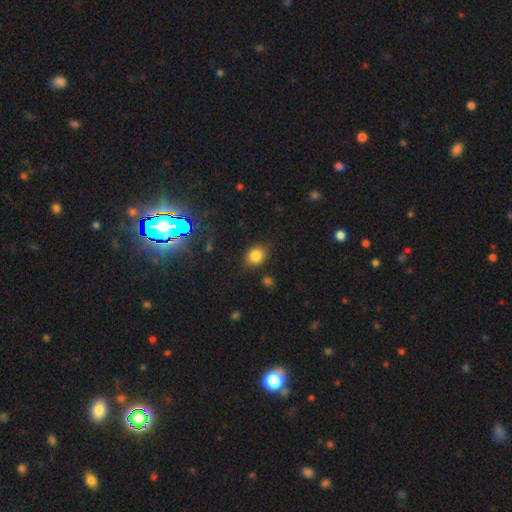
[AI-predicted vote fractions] smooth-or-featured: smooth: 82% | star or artifact: 12% | featured or disk: 6%
  how-rounded: round: 55% | in between: 44% | cigar-shaped: 1%
  merging: none: 85% | minor disturbance: 10% | major disturbance: 3% | merger: 2%